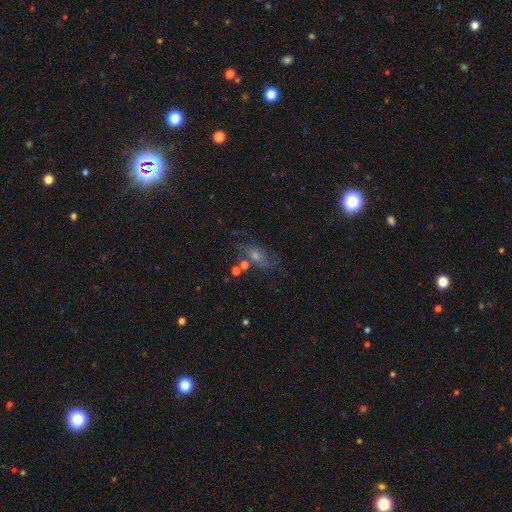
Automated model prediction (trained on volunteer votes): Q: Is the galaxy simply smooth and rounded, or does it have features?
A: featured or disk — 42%.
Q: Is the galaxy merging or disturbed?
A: none — 59%.